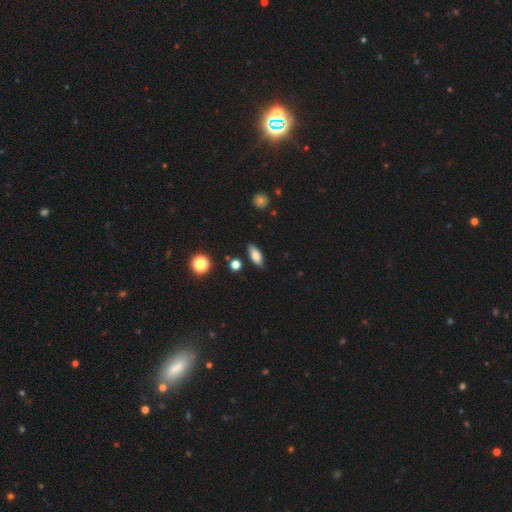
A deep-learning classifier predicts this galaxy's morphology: Smooth or featured? smooth (76%)
How rounded? in between (75%)
Merging? none (84%)